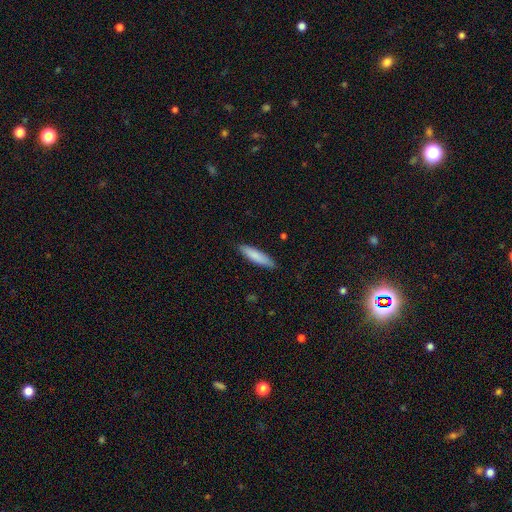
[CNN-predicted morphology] Smooth or featured?
  - smooth: 83% *
  - featured or disk: 11%
  - star or artifact: 6%
How rounded?
  - cigar-shaped: 74% *
  - in between: 24%
  - round: 1%
Merging?
  - none: 87% *
  - minor disturbance: 11%
  - major disturbance: 2%
  - merger: 1%